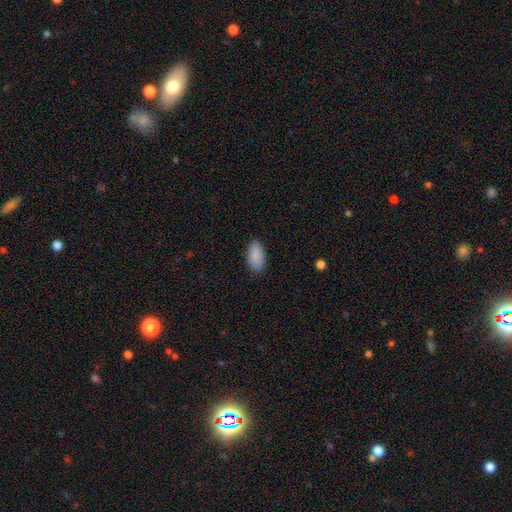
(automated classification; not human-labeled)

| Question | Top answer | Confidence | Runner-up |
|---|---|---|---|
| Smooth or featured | smooth | 89% | star or artifact (7%) |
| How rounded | in between | 94% | cigar-shaped (4%) |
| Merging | none | 85% | minor disturbance (11%) |